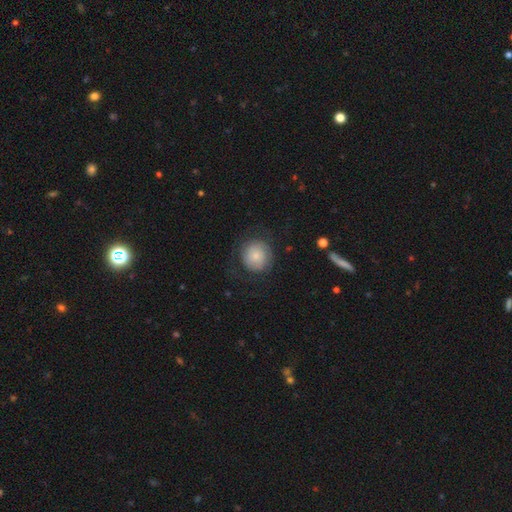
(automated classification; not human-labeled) smooth-or-featured: smooth: 68% | featured or disk: 25% | star or artifact: 7%
  how-rounded: round: 91% | in between: 8% | cigar-shaped: 1%
  merging: none: 71% | minor disturbance: 16% | major disturbance: 13% | merger: 1%